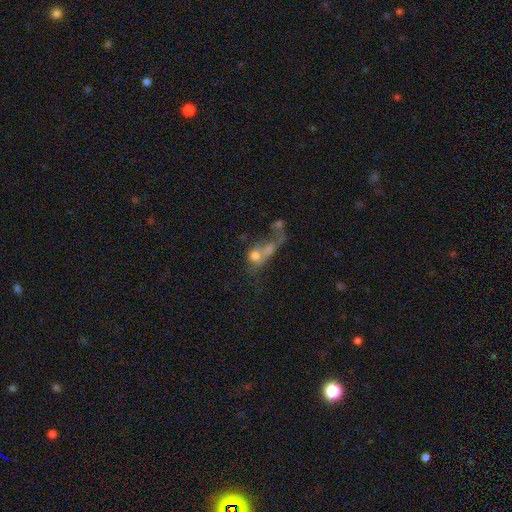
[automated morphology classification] This is possibly a smooth galaxy (58%). How rounded: possibly round (48%). Merging: likely merger (64%).